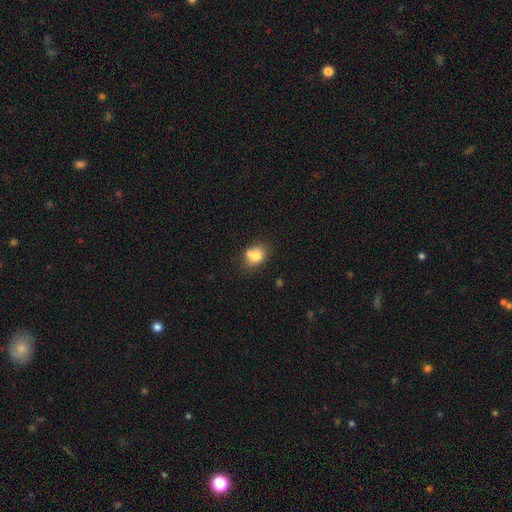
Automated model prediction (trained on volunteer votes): A smooth galaxy with no disk features (75%) that is in between round and cigar-shaped (50%).

Vote fractions:
- Smooth or featured? smooth: 75% / featured or disk: 15% / star or artifact: 10%
- How rounded? in between: 50% / round: 49% / cigar-shaped: 1%
- Merging? none: 48% / merger: 35% / minor disturbance: 13% / major disturbance: 4%